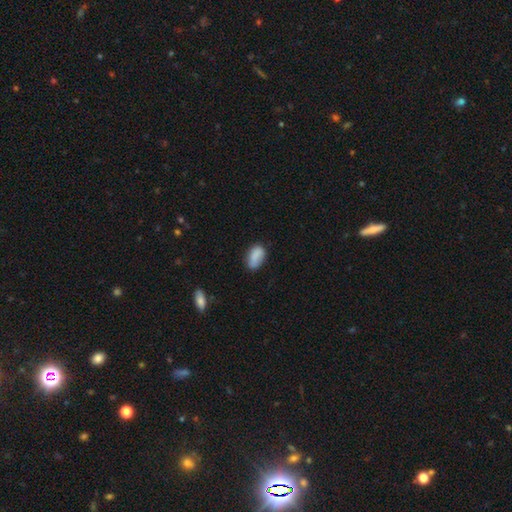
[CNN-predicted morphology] A smooth galaxy with no disk features (85%) that is in between round and cigar-shaped (91%). Merging: none (70%).